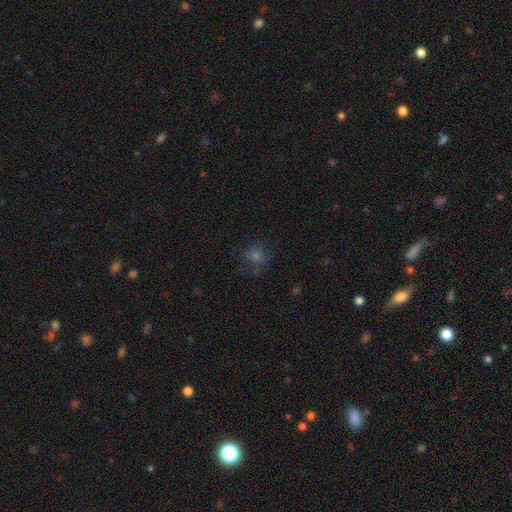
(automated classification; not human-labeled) Overall: smooth (50%; star or artifact 31%). Merging: none (70%).